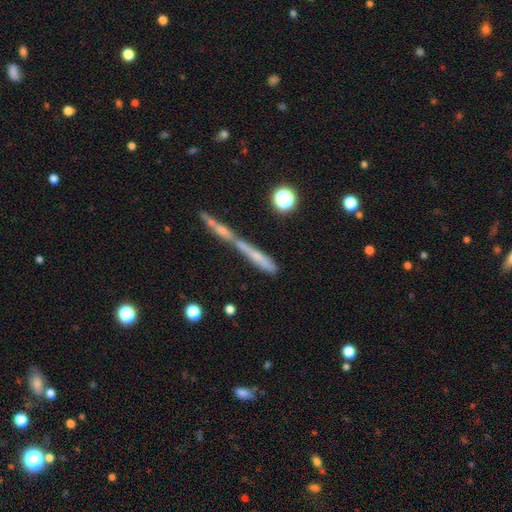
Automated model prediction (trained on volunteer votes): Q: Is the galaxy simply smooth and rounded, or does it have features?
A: smooth — 44%.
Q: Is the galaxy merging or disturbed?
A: merger — 50%.